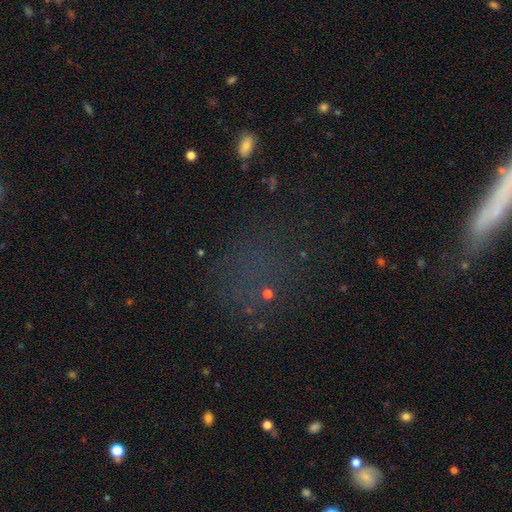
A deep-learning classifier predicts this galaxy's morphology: smooth-or-featured: star or artifact: 47% | smooth: 36% | featured or disk: 18%